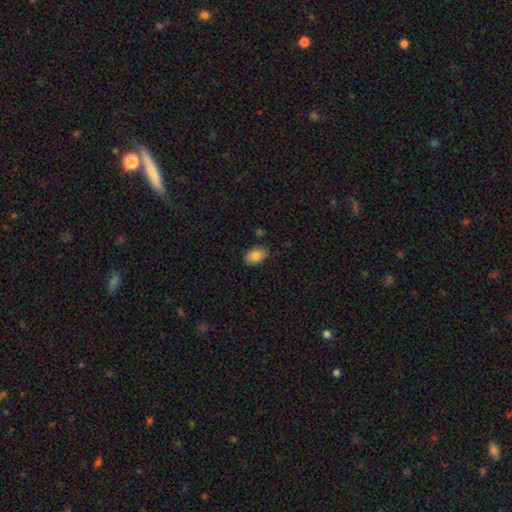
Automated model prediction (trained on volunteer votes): smooth_or_featured: smooth (p=0.83) [alt: featured or disk p=0.10]
how_rounded: in between (p=0.86) [alt: round p=0.13]
merging: none (p=0.84) [alt: minor disturbance p=0.12]